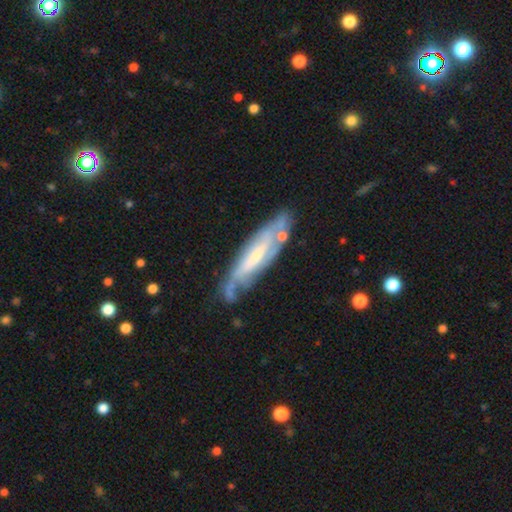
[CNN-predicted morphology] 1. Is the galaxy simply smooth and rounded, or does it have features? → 74% featured or disk, 20% smooth, 6% star or artifact.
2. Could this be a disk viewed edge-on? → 66% no, 34% yes.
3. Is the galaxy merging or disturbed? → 60% none, 24% minor disturbance, 10% major disturbance, 6% merger.